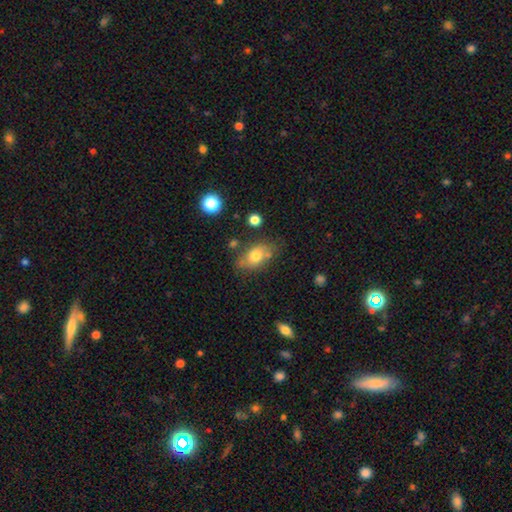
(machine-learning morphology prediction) smooth_or_featured: smooth (p=0.73) [alt: featured or disk p=0.19]
how_rounded: in between (p=0.83) [alt: round p=0.14]
merging: none (p=0.68) [alt: minor disturbance p=0.20]